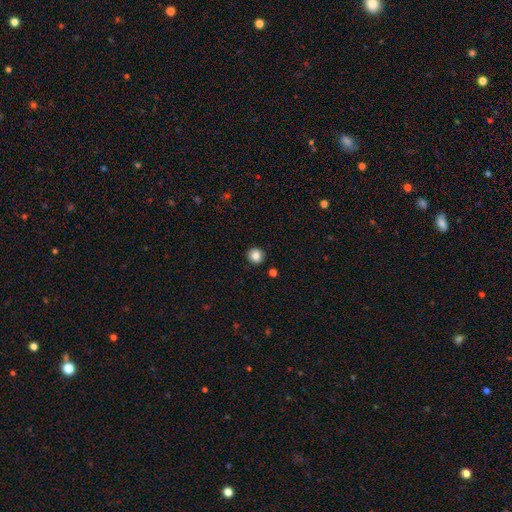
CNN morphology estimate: smooth_or_featured: smooth (p=0.86) [alt: star or artifact p=0.10]
how_rounded: round (p=0.92) [alt: in between p=0.07]
merging: none (p=0.90) [alt: minor disturbance p=0.06]